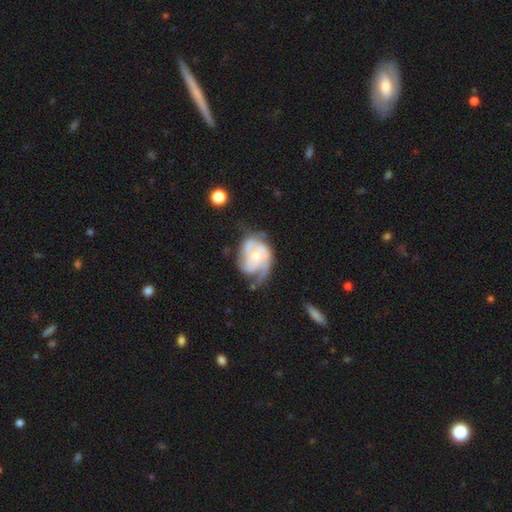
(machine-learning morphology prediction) A featured or disk galaxy (81%) with no bar (71%), 2 (37%) tight (46%) spiral arms (92%) and a moderate central bulge (48%).

Vote fractions:
- Smooth or featured? featured or disk: 81% / smooth: 14% / star or artifact: 5%
- Edge-on disk? no: 98% / yes: 2%
- Bar? no: 71% / weak: 24% / strong: 5%
- Spiral arms? yes: 92% / no: 8%
- Spiral winding? tight: 46% / medium: 39% / loose: 15%
- Spiral arm count? 2: 37% / 3: 24% / can't tell: 21% / 1: 12% / 4: 4% / more than 4: 3%
- Bulge size? moderate: 48% / small: 47% / large: 3% / none: 2% / dominant: 1%
- Merging? none: 45% / minor disturbance: 28% / major disturbance: 24% / merger: 3%